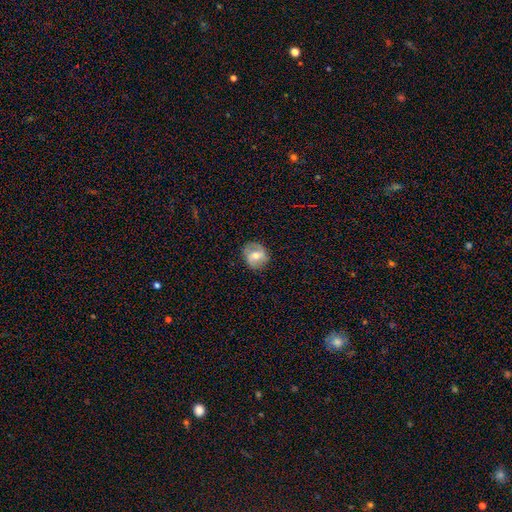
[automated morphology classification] Smooth or featured? featured or disk (56%)
Edge-on disk? no (96%)
Bar? weak (45%)
Spiral arms? yes (74%)
Bulge size? moderate (69%)
Merging? none (82%)